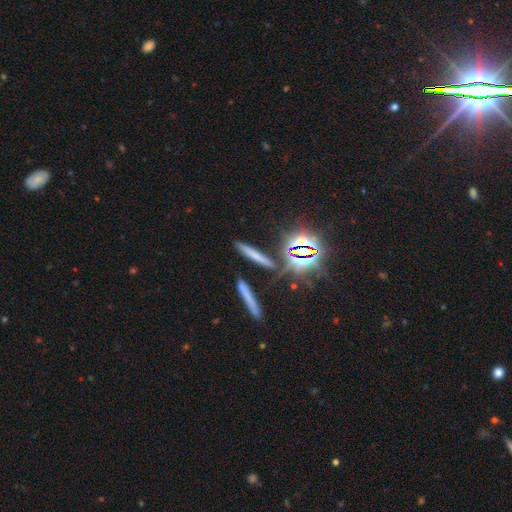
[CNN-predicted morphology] smooth-or-featured: smooth: 57% | star or artifact: 25% | featured or disk: 19%
  how-rounded: cigar-shaped: 89% | in between: 7% | round: 4%
  merging: none: 83% | minor disturbance: 8% | merger: 6% | major disturbance: 3%